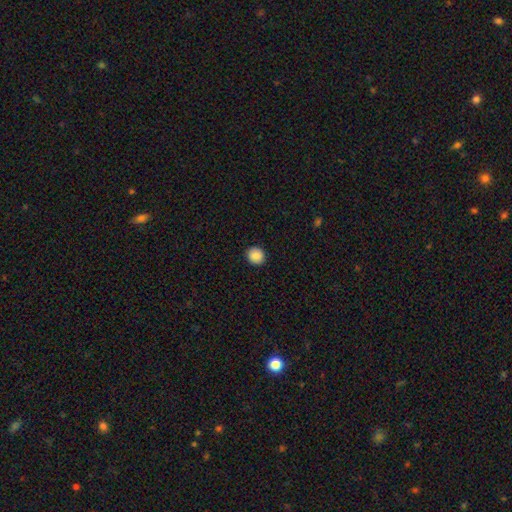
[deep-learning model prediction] Smooth or featured?
  - smooth: 88% *
  - star or artifact: 8%
  - featured or disk: 4%
How rounded?
  - round: 85% *
  - in between: 14%
  - cigar-shaped: 1%
Merging?
  - none: 91% *
  - minor disturbance: 6%
  - major disturbance: 2%
  - merger: 1%